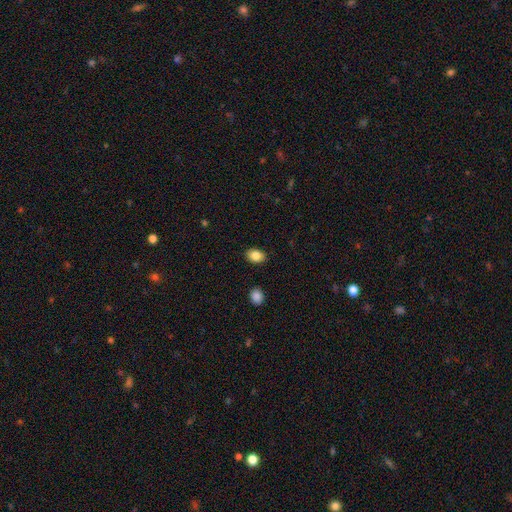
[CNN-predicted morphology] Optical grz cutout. It shows a smooth galaxy with no disk features (86%) that is in between round and cigar-shaped (77%). Merging: none (88%).